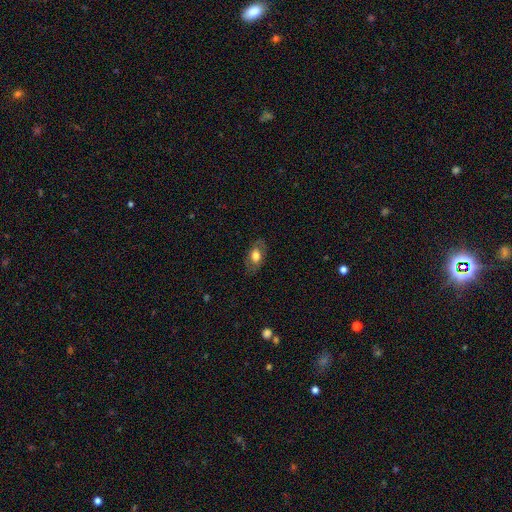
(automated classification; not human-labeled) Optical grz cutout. It shows a smooth galaxy with no disk features (65%) that is in between round and cigar-shaped (88%). Merging: none (78%).